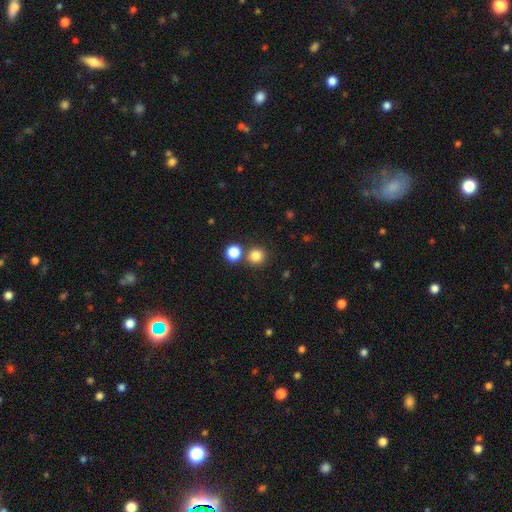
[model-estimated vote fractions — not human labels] smooth 82%, star or artifact 13%, featured or disk 5%. Down the decision tree: how rounded — round (92%); merging — none (76%).